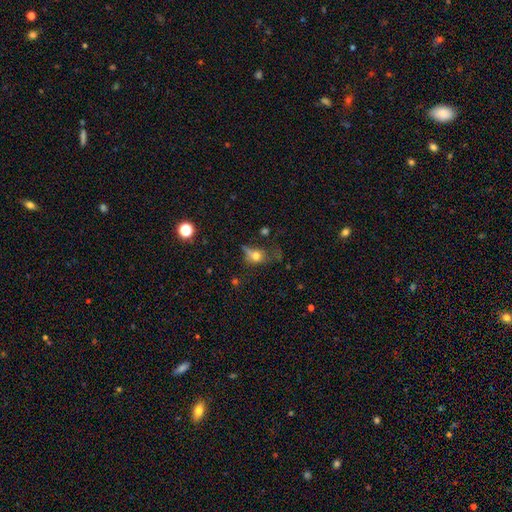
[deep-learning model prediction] Q: Smooth or featured?
A: smooth (62%); runner-up: featured or disk (20%)
Q: How rounded?
A: round (50%); runner-up: in between (45%)
Q: Merging?
A: none (39%); runner-up: major disturbance (28%)